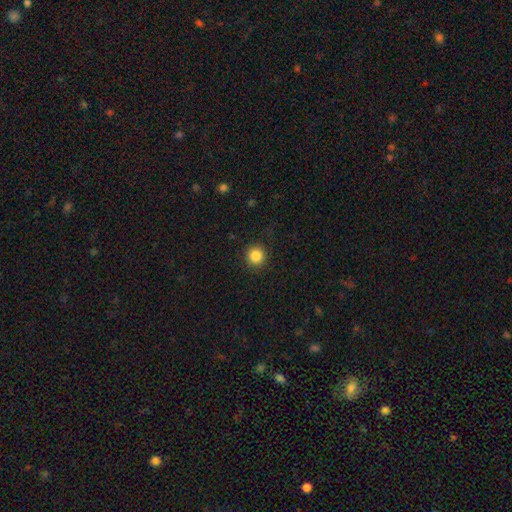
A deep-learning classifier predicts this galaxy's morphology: This is clearly a smooth galaxy (85%). How rounded: clearly round (94%). Merging: clearly none (91%).